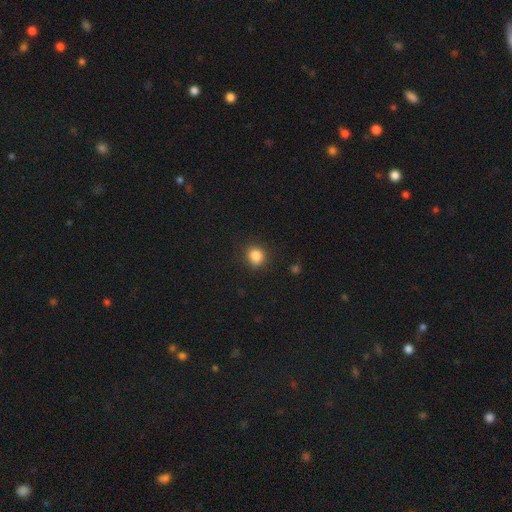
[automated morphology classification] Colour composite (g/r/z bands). It shows a smooth galaxy with no disk features (85%) that is round (81%). Merging: none (84%).